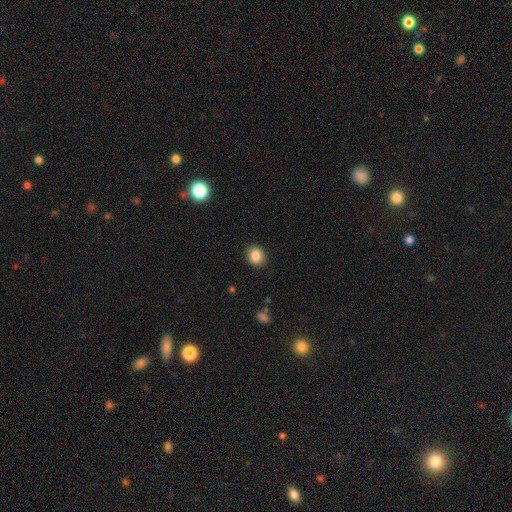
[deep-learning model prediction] A smooth galaxy with no disk features (86%) that is round (63%). Merging: none (88%).